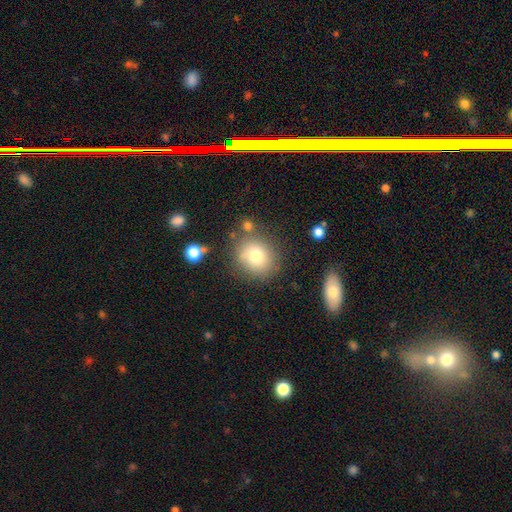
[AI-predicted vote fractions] smooth-or-featured: smooth: 76% | featured or disk: 12% | star or artifact: 12%
  how-rounded: round: 78% | in between: 21% | cigar-shaped: 1%
  merging: none: 76% | minor disturbance: 13% | merger: 6% | major disturbance: 5%